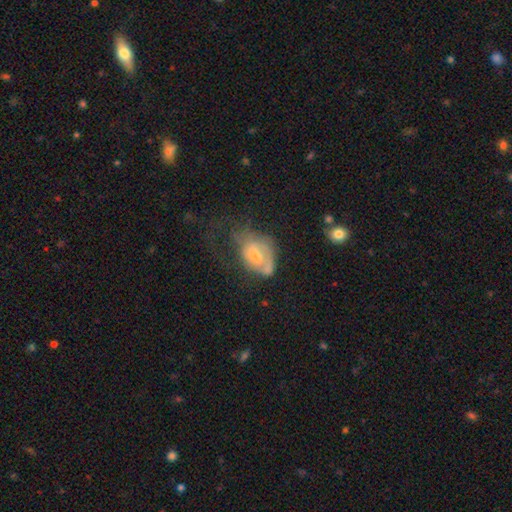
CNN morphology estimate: Overall: featured or disk (51%; smooth 40%). Edge-on disk: no (95%). Merging: major disturbance (39%; none 28%).